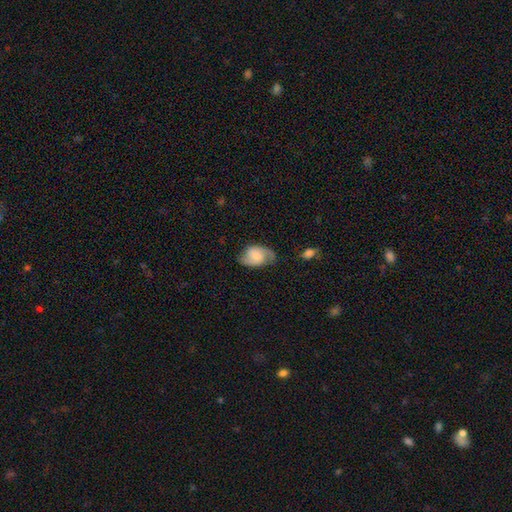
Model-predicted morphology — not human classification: Smooth or featured: featured or disk — 55% (smooth — 37%)
Edge-on disk: no — 97% (yes — 3%)
Bar: no — 56% (weak — 35%)
Spiral arms: yes — 90% (no — 10%)
Bulge size: none — 30% (small — 25%)
Merging: none — 64% (minor disturbance — 25%)